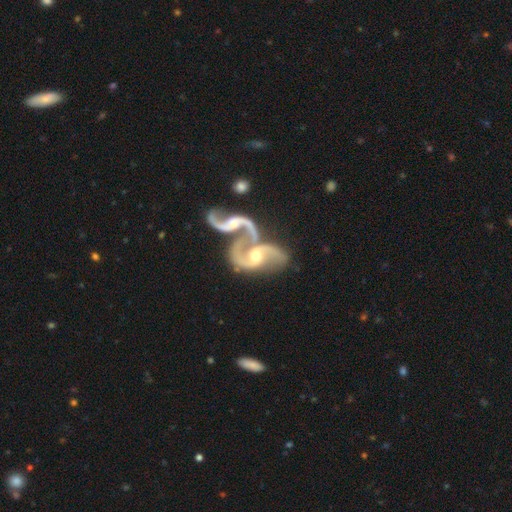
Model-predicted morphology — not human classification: Smooth or featured?
  - featured or disk: 85% *
  - smooth: 9%
  - star or artifact: 6%
Edge-on disk?
  - no: 96% *
  - yes: 4%
Bar?
  - no: 48% *
  - weak: 38%
  - strong: 15%
Spiral arms?
  - yes: 90% *
  - no: 10%
Spiral winding?
  - loose: 64% *
  - medium: 29%
  - tight: 7%
Spiral arm count?
  - 2: 81% *
  - 1: 7%
  - can't tell: 6%
  - 3: 3%
  - 4: 1%
  - more than 4: 1%
Bulge size?
  - moderate: 61% *
  - small: 29%
  - large: 5%
  - none: 3%
  - dominant: 1%
Merging?
  - merger: 67% *
  - none: 15%
  - major disturbance: 12%
  - minor disturbance: 7%